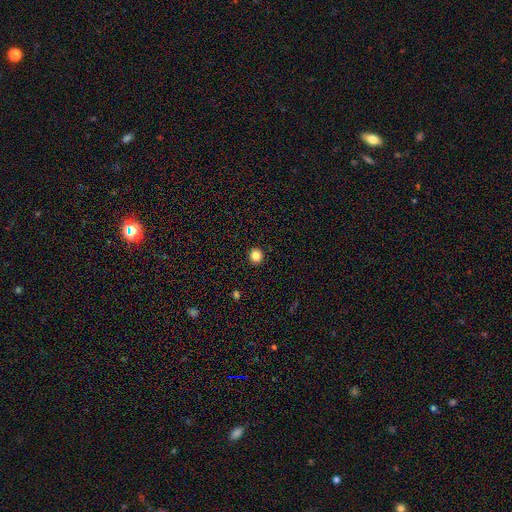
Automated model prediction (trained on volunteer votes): Smooth or featured?
  - smooth: 84% *
  - star or artifact: 12%
  - featured or disk: 4%
How rounded?
  - round: 91% *
  - in between: 9%
  - cigar-shaped: 1%
Merging?
  - none: 93% *
  - minor disturbance: 4%
  - major disturbance: 1%
  - merger: 1%